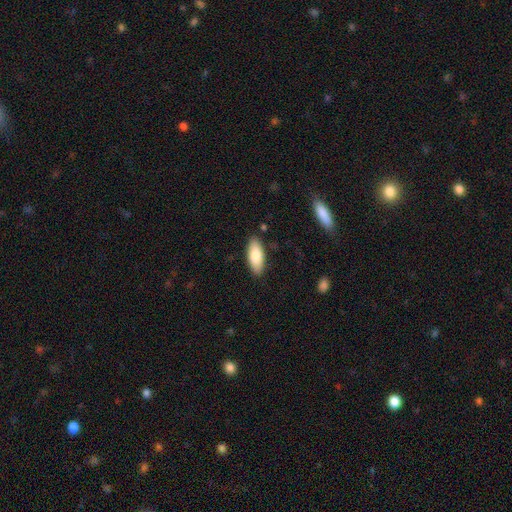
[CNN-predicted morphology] The model was most divided on "how rounded": in between: 77%, cigar-shaped: 21%, round: 2%. More confident: merging — none (86%); smooth or featured — smooth (83%).